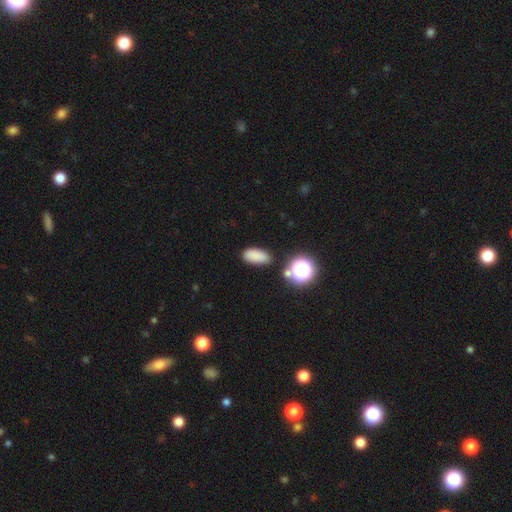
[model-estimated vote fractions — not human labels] Smooth or featured? Predicted: smooth (p=0.82). How rounded? Predicted: in between (p=0.85). Merging? Predicted: none (p=0.81).